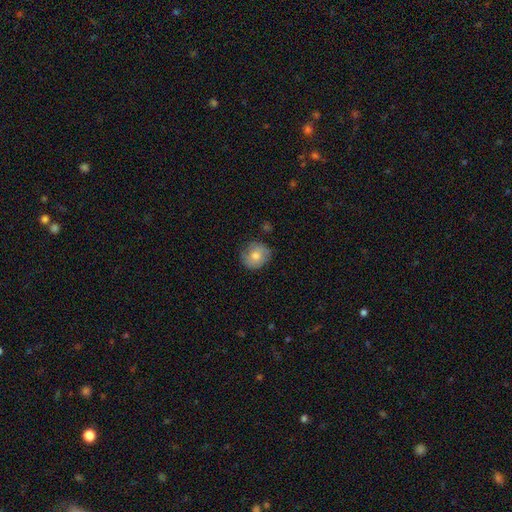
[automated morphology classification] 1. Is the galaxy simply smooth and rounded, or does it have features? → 70% smooth, 21% featured or disk, 8% star or artifact.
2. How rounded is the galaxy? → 81% round, 18% in between, 1% cigar-shaped.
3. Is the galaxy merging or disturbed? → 78% none, 17% minor disturbance, 3% major disturbance, 1% merger.